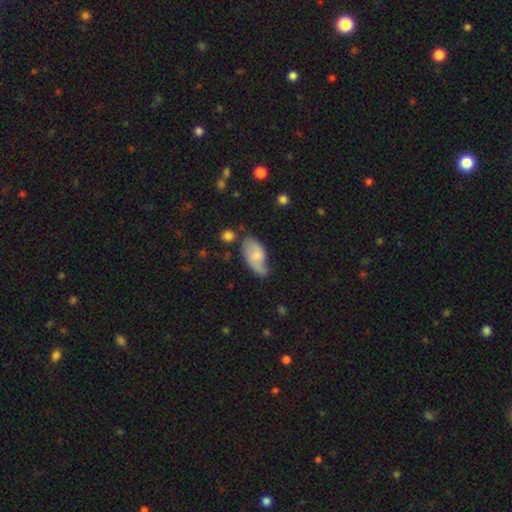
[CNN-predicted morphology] Smooth or featured? smooth (56%)
How rounded? in between (93%)
Merging? none (44%)